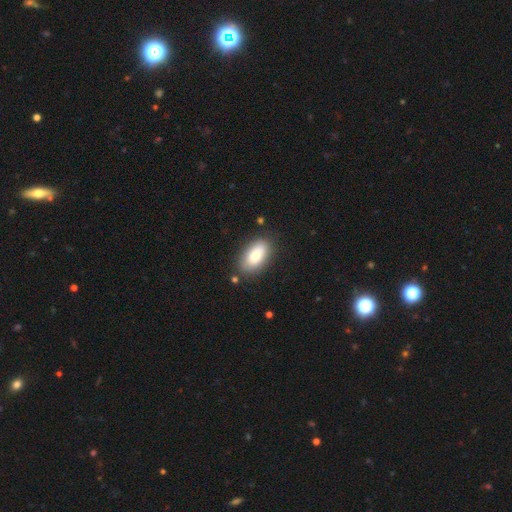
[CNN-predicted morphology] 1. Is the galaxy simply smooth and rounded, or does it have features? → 77% smooth, 16% featured or disk, 7% star or artifact.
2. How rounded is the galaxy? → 92% in between, 4% round, 3% cigar-shaped.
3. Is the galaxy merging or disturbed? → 80% none, 13% minor disturbance, 4% major disturbance, 3% merger.